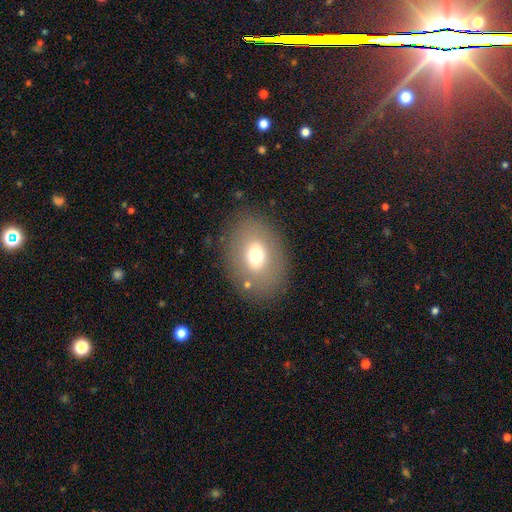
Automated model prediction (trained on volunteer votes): Smooth or featured?
  - smooth: 67% *
  - featured or disk: 22%
  - star or artifact: 11%
How rounded?
  - in between: 69% *
  - round: 30%
  - cigar-shaped: 1%
Merging?
  - none: 83% *
  - minor disturbance: 10%
  - major disturbance: 5%
  - merger: 2%